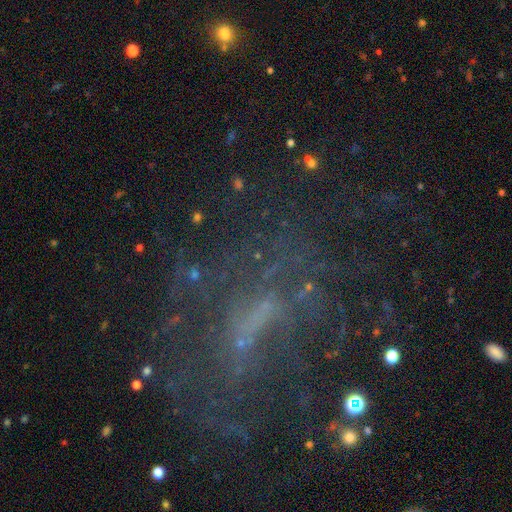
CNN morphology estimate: Smooth or featured: featured or disk — 56% (star or artifact — 26%)
Edge-on disk: no — 92% (yes — 8%)
Bar: no — 45% (weak — 33%)
Spiral arms: no — 66% (yes — 34%)
Bulge size: none — 49% (small — 32%)
Merging: none — 53% (major disturbance — 26%)